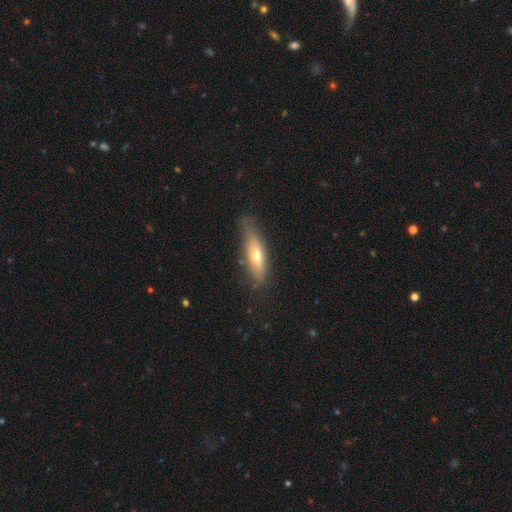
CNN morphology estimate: Smooth or featured: smooth — 55% (featured or disk — 38%)
How rounded: cigar-shaped — 54% (in between — 44%)
Merging: none — 64% (minor disturbance — 26%)